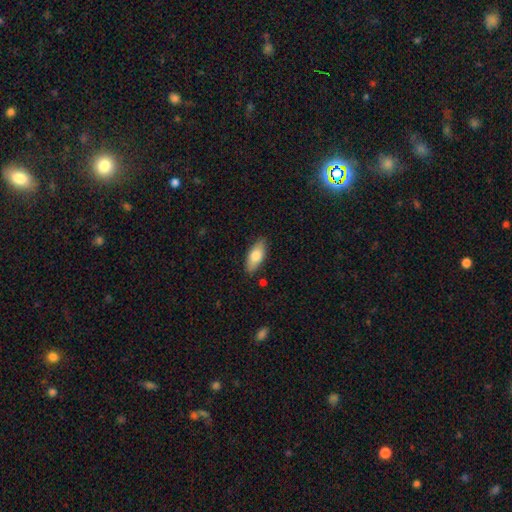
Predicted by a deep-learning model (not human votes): smooth-or-featured: smooth: 77% | featured or disk: 17% | star or artifact: 6%
  how-rounded: in between: 84% | cigar-shaped: 14% | round: 2%
  merging: none: 86% | minor disturbance: 11% | major disturbance: 2% | merger: 2%